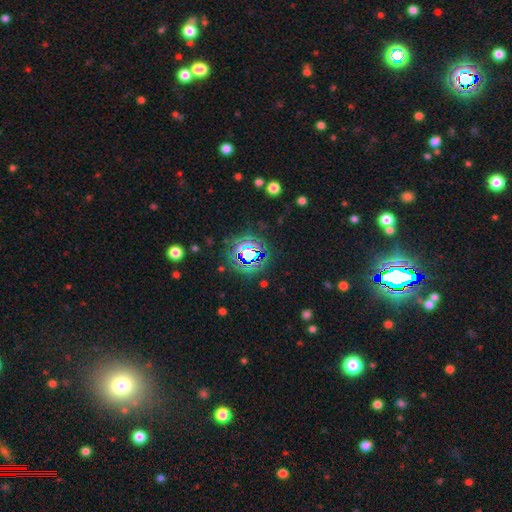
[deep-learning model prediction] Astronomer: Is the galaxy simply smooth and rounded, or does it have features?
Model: star or artifact — 72%.